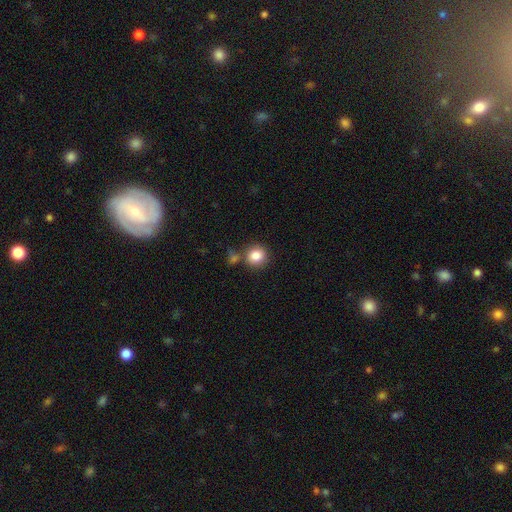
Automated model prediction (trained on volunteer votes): Smooth or featured? Predicted: smooth (p=0.84). How rounded? Predicted: round (p=0.88). Merging? Predicted: none (p=0.70).